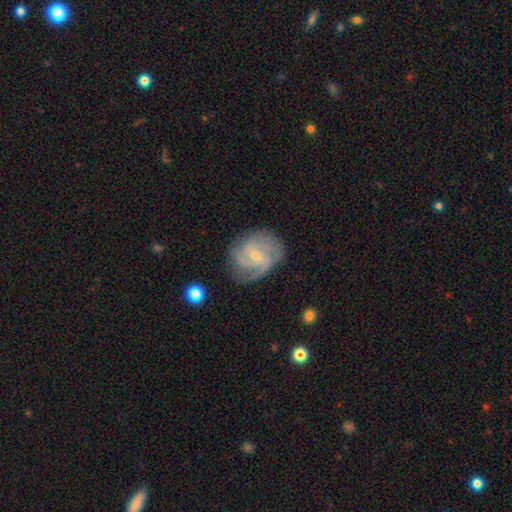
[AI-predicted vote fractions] This appears to be a featured or disk galaxy (85%) with a weak bar (47%), 3 (41%) tight (49%) spiral arms (97%) and a small central bulge (73%). Merging: none (72%).